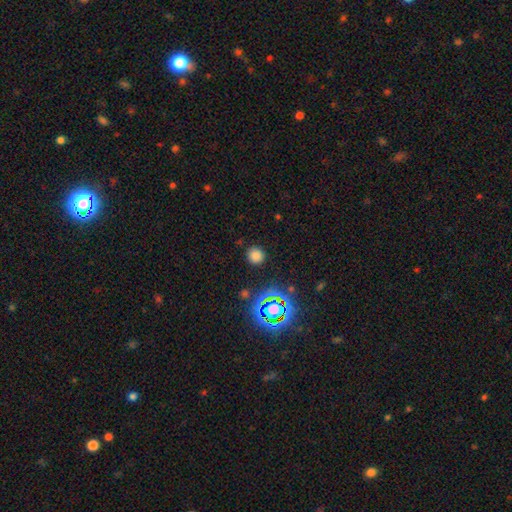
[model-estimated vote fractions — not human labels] Smooth or featured? Predicted: smooth (p=0.75). How rounded? Predicted: round (p=0.91). Merging? Predicted: none (p=0.88).